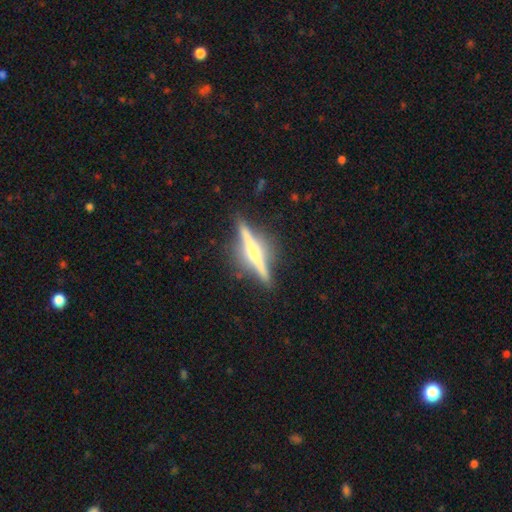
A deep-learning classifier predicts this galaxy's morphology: This appears to be a featured or disk galaxy (80%) viewed edge-on (98%) with a rounded central bulge (80%). Merging: none (88%).